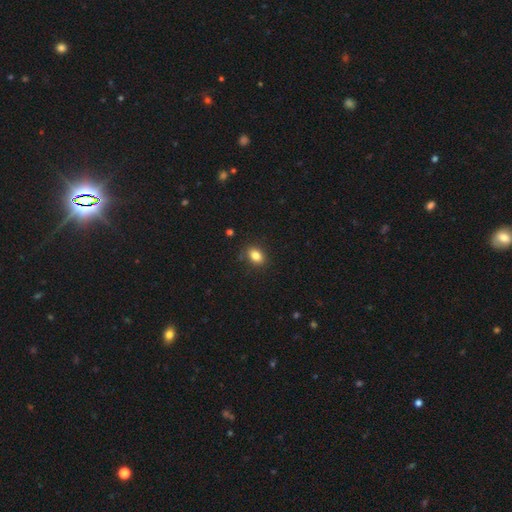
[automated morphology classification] The model was most divided on "how rounded": in between: 73%, round: 26%, cigar-shaped: 1%. More confident: merging — none (85%); smooth or featured — smooth (84%).